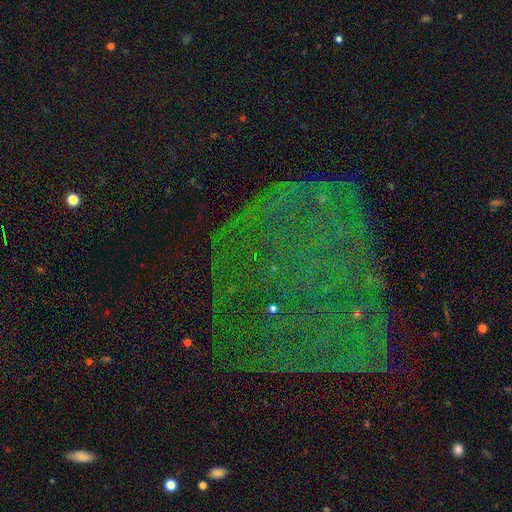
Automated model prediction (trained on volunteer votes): Smooth or featured? Predicted: star or artifact (p=0.82).